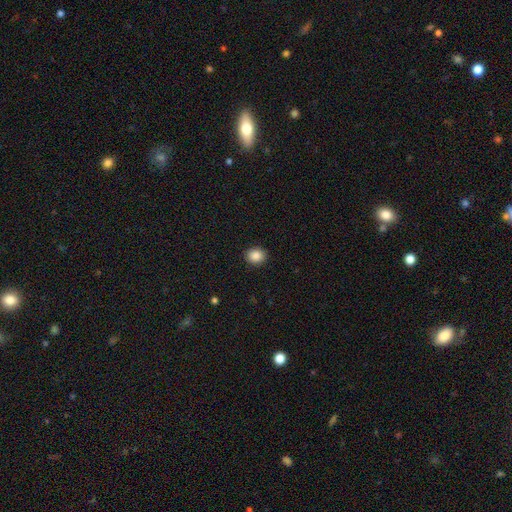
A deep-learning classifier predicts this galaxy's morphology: smooth_or_featured: smooth (p=0.87) [alt: star or artifact p=0.09]
how_rounded: round (p=0.71) [alt: in between p=0.28]
merging: none (p=0.91) [alt: minor disturbance p=0.06]